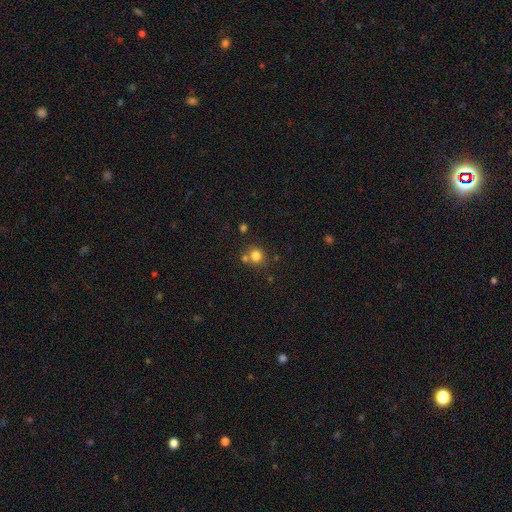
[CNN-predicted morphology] smooth 79%, star or artifact 13%, featured or disk 7%. Down the decision tree: how rounded — round (86%); merging — none (64%).